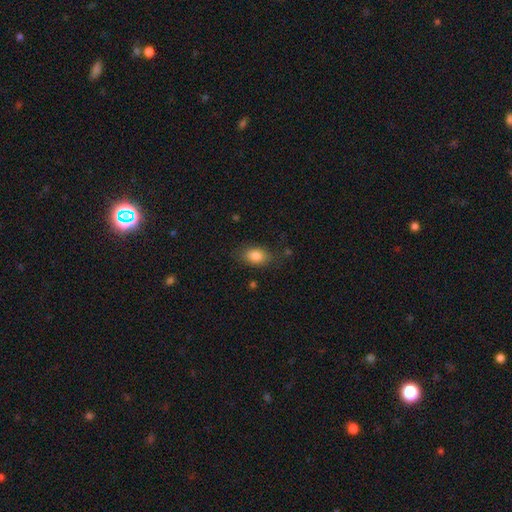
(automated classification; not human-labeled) Q: Smooth or featured?
A: smooth (84%); runner-up: star or artifact (8%)
Q: How rounded?
A: in between (83%); runner-up: round (15%)
Q: Merging?
A: none (77%); runner-up: minor disturbance (16%)